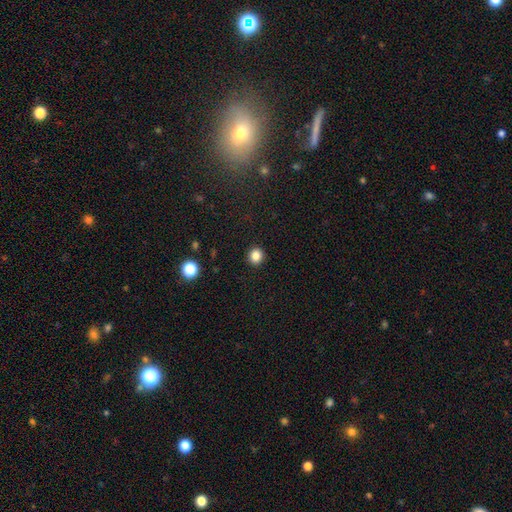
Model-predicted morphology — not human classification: smooth 85%, star or artifact 11%, featured or disk 4%. Down the decision tree: how rounded — round (88%); merging — none (92%).